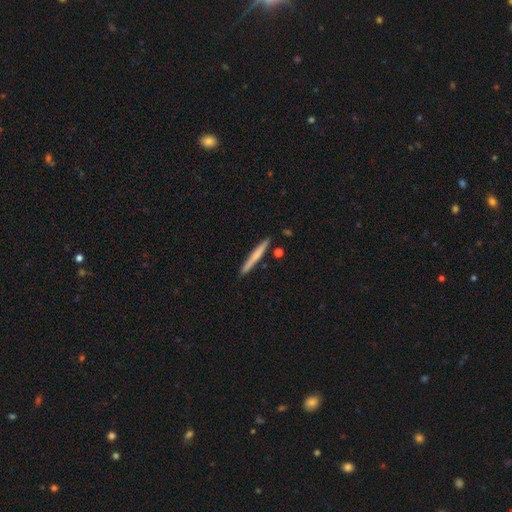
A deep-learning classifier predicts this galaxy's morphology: A smooth galaxy with no disk features (61%) that is cigar-shaped (96%).

Vote fractions:
- Smooth or featured? smooth: 61% / featured or disk: 34% / star or artifact: 5%
- How rounded? cigar-shaped: 96% / in between: 2% / round: 1%
- Merging? none: 88% / minor disturbance: 7% / merger: 3% / major disturbance: 1%